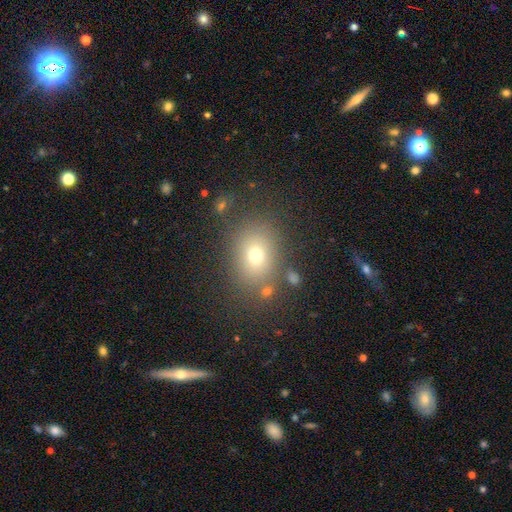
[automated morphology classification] smooth 69%, star or artifact 17%, featured or disk 14%. Down the decision tree: how rounded — in between (49%, tied with round); merging — none (77%).